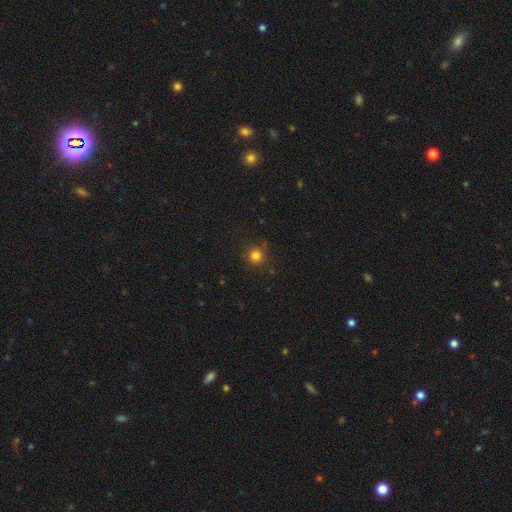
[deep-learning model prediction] smooth 80%, star or artifact 15%, featured or disk 5%. Down the decision tree: how rounded — round (94%); merging — none (85%).